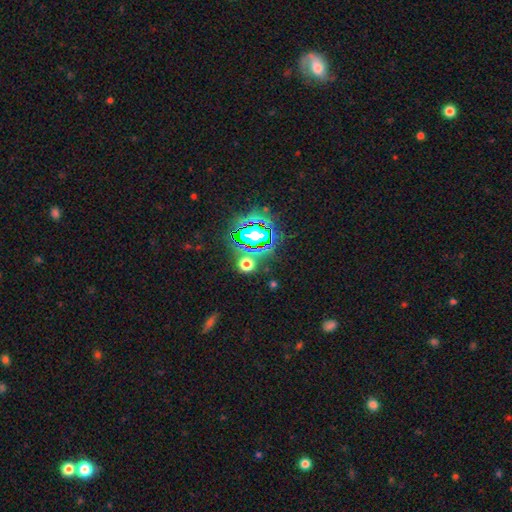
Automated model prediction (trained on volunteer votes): The model was most divided on "smooth or featured": star or artifact: 81%, smooth: 11%, featured or disk: 7%.